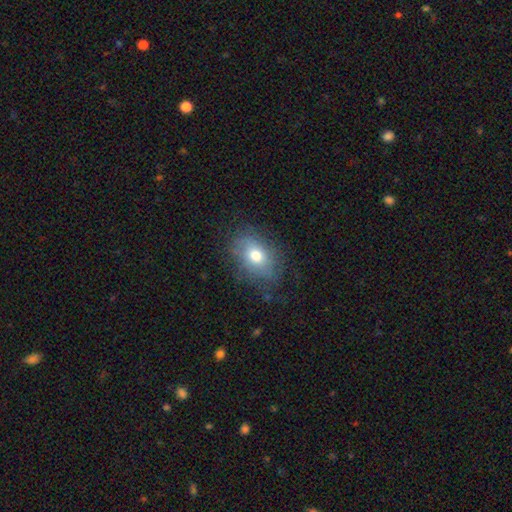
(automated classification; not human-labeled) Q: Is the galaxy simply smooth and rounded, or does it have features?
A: smooth — 68%.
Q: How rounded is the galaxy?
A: in between — 79%.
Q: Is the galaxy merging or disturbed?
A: none — 70%.